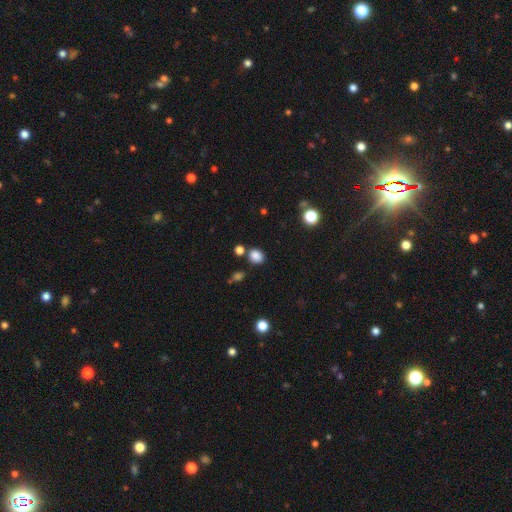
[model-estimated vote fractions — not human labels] Q: Smooth or featured?
A: smooth (84%); runner-up: star or artifact (12%)
Q: How rounded?
A: round (66%); runner-up: in between (33%)
Q: Merging?
A: none (77%); runner-up: minor disturbance (11%)